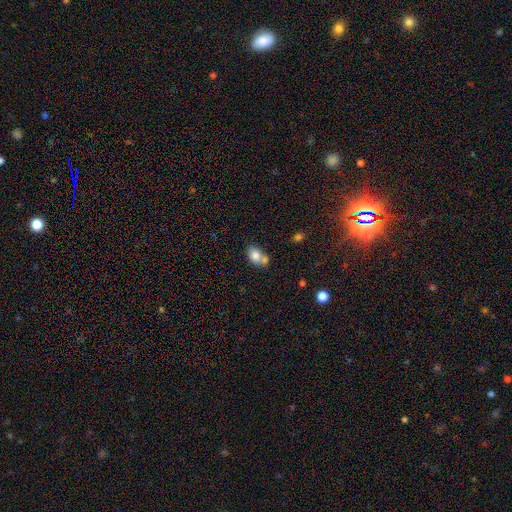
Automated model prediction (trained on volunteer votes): A smooth galaxy with no disk features (80%) that is in between round and cigar-shaped (75%).

Vote fractions:
- Smooth or featured? smooth: 80% / featured or disk: 12% / star or artifact: 9%
- How rounded? in between: 75% / round: 24% / cigar-shaped: 1%
- Merging? merger: 42% / none: 41% / minor disturbance: 13% / major disturbance: 4%